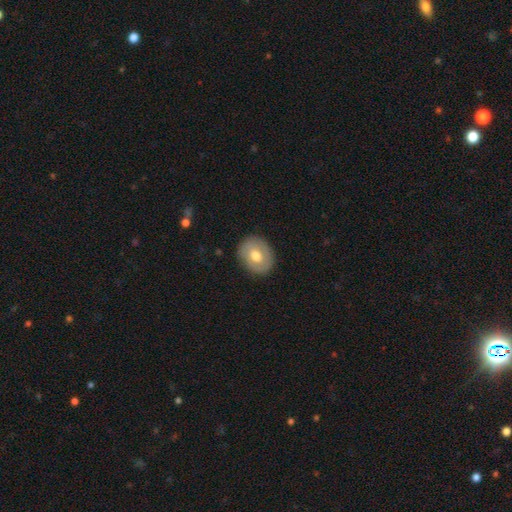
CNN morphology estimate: type=smooth (64%); roundness=round (55%); merging=none (86%).